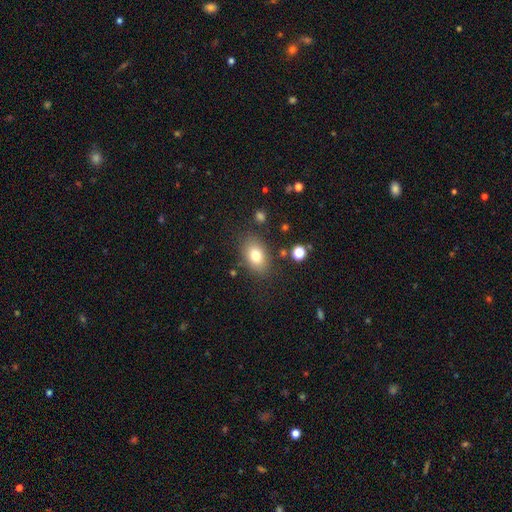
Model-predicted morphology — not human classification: A smooth galaxy with no disk features (78%) that is in between round and cigar-shaped (80%).

Vote fractions:
- Smooth or featured? smooth: 78% / featured or disk: 12% / star or artifact: 10%
- How rounded? in between: 80% / round: 18% / cigar-shaped: 1%
- Merging? none: 81% / minor disturbance: 12% / major disturbance: 4% / merger: 3%